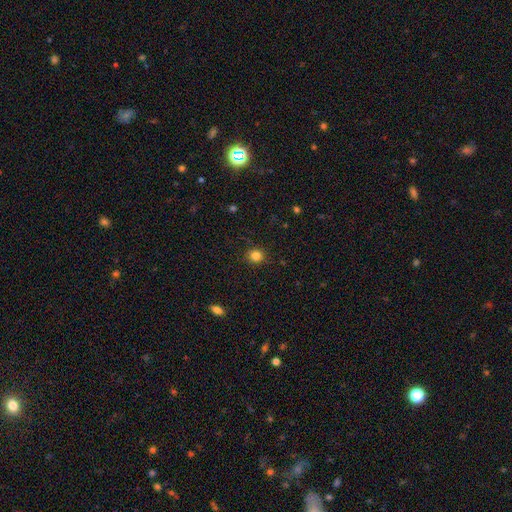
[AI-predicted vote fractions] A smooth galaxy with no disk features (83%) that is round (88%).

Vote fractions:
- Smooth or featured? smooth: 83% / star or artifact: 12% / featured or disk: 4%
- How rounded? round: 88% / in between: 11% / cigar-shaped: 1%
- Merging? none: 89% / minor disturbance: 7% / major disturbance: 2% / merger: 1%